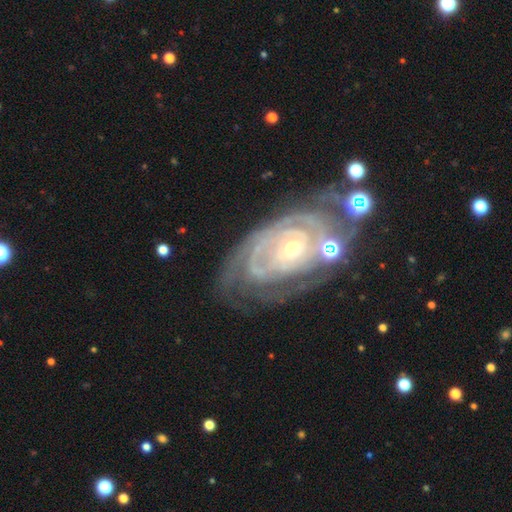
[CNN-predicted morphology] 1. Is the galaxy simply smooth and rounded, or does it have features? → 86% featured or disk, 7% smooth, 7% star or artifact.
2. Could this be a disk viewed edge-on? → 95% no, 5% yes.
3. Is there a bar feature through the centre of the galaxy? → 75% no, 17% weak, 8% strong.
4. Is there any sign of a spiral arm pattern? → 92% yes, 8% no.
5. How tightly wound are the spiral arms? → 79% tight, 16% medium, 4% loose.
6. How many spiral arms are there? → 40% can't tell, 23% 2, 15% 3, 9% 4, 7% more than 4, 6% 1.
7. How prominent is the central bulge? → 72% small, 24% moderate, 2% large, 1% none, 1% dominant.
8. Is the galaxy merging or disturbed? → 60% none, 20% minor disturbance, 11% major disturbance, 9% merger.